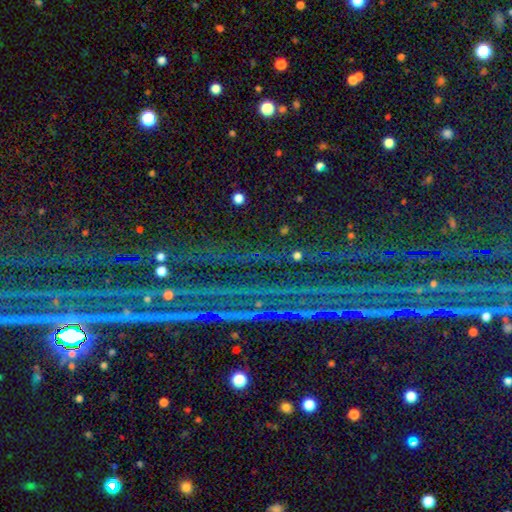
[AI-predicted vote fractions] A star or artifact, not a galaxy (87%).